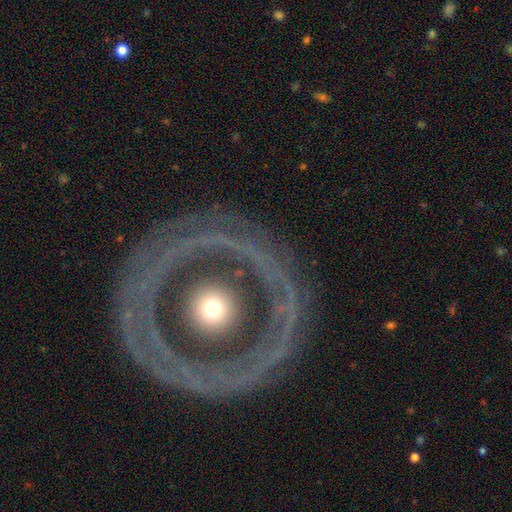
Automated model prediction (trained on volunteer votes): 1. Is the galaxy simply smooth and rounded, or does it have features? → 74% featured or disk, 19% smooth, 8% star or artifact.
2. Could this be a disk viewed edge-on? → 92% no, 8% yes.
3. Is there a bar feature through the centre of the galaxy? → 84% no, 9% weak, 7% strong.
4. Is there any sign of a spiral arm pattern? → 75% no, 25% yes.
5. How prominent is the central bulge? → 71% moderate, 12% small, 12% large, 3% dominant, 2% none.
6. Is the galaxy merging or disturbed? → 81% none, 11% minor disturbance, 6% major disturbance, 2% merger.